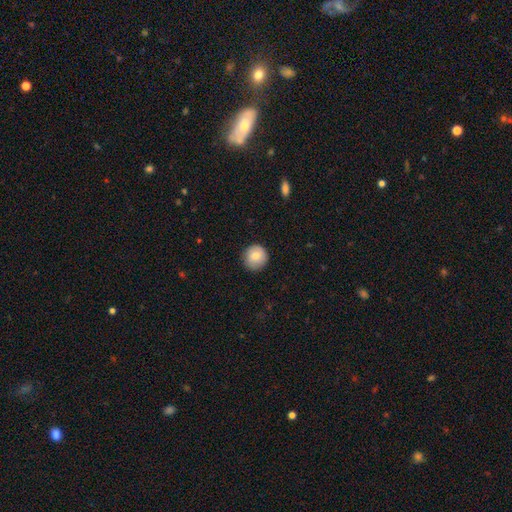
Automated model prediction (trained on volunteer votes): This appears to be a smooth galaxy with no disk features (79%) that is round (94%). Merging: none (87%).